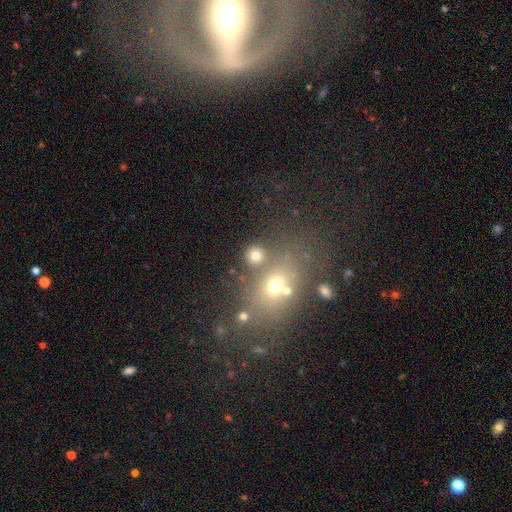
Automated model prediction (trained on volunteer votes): This is likely a smooth galaxy (72%). How rounded: likely round (80%). Merging: likely none (69%).